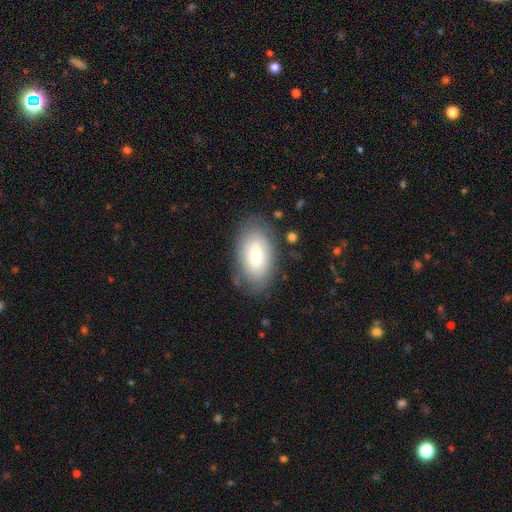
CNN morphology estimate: This is possibly a smooth galaxy (59%). How rounded: clearly in between (92%). Merging: likely none (76%).